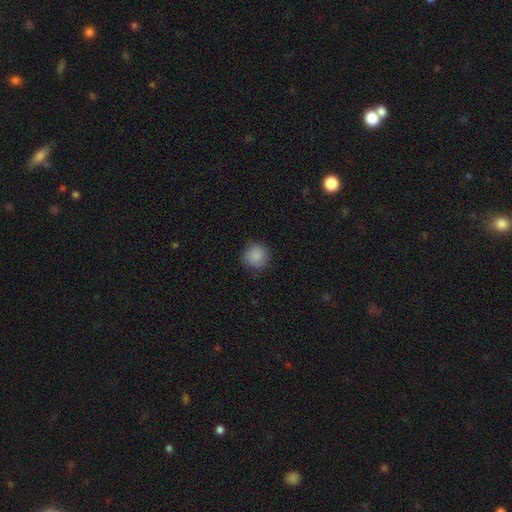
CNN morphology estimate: The model was most divided on "merging": none: 84%, minor disturbance: 13%, major disturbance: 3%, merger: 1%. More confident: how rounded — round (93%); smooth or featured — smooth (87%).